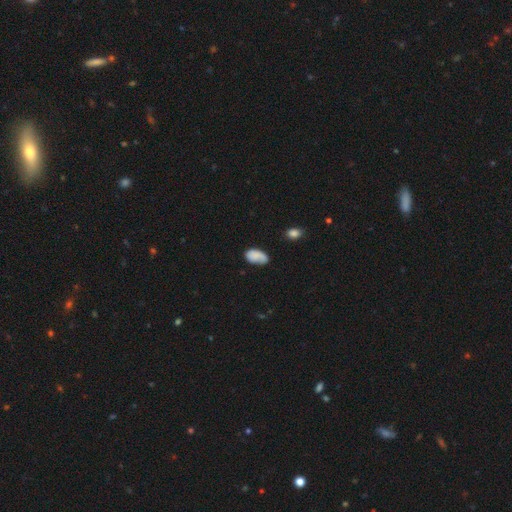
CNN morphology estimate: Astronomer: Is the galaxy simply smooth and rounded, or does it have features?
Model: smooth — 79%.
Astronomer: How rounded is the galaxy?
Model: in between — 93%.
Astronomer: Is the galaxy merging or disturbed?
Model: none — 56%.